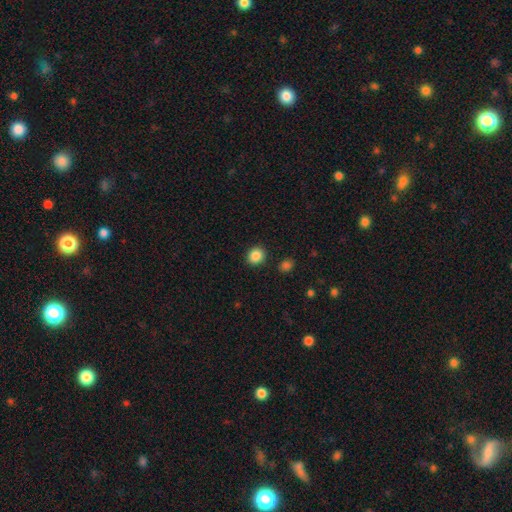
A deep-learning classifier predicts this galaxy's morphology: Smooth or featured? Predicted: smooth (p=0.87). How rounded? Predicted: round (p=0.80). Merging? Predicted: none (p=0.89).